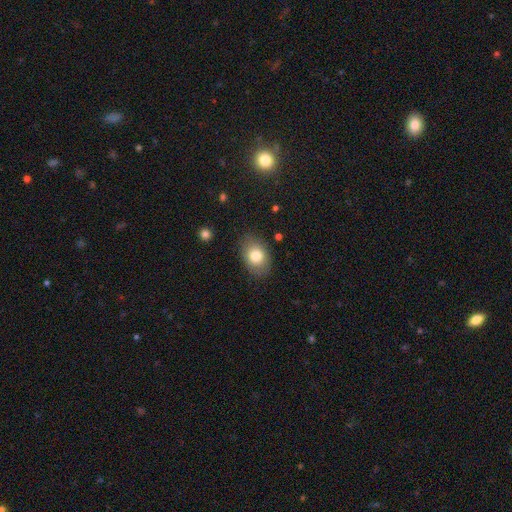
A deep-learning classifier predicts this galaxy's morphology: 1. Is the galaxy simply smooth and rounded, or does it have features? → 80% smooth, 12% featured or disk, 8% star or artifact.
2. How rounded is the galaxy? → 79% in between, 20% round, 1% cigar-shaped.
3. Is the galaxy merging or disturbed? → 83% none, 13% minor disturbance, 3% major disturbance, 1% merger.